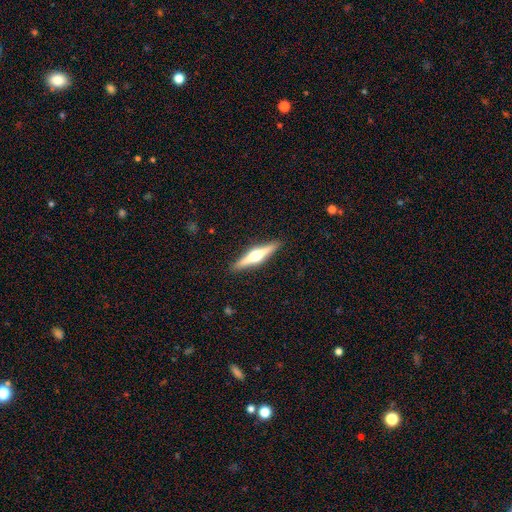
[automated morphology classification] Overall: featured or disk (73%). Edge-on disk: yes (98%). Edge-on bulge: rounded (95%). Merging: none (92%).